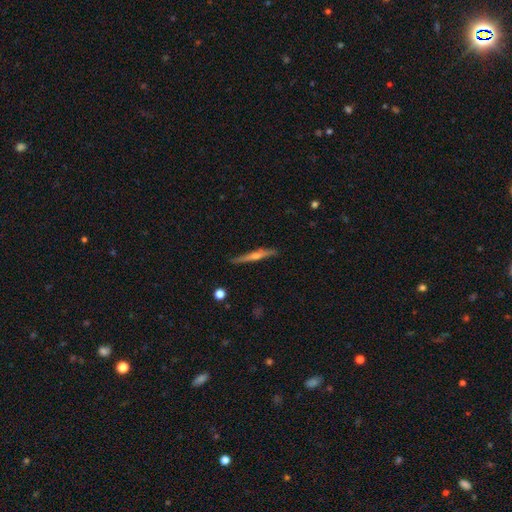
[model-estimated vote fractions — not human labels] This appears to be a featured or disk galaxy (72%) viewed edge-on (98%) with a rounded central bulge (83%). Merging: none (89%).